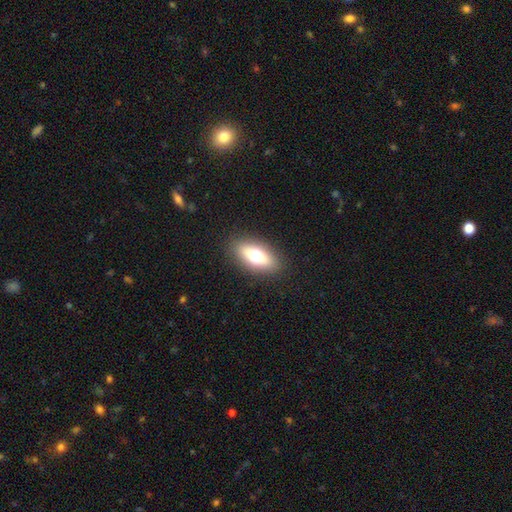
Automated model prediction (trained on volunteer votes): Smooth or featured: smooth — 64% (featured or disk — 28%)
How rounded: in between — 78% (cigar-shaped — 16%)
Merging: none — 88% (minor disturbance — 8%)